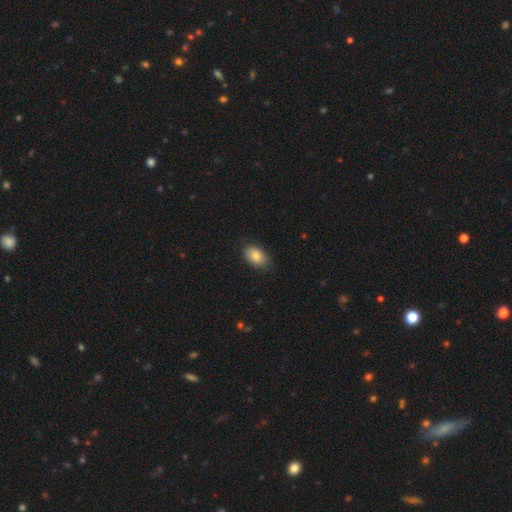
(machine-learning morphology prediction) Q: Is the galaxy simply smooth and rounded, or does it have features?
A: smooth — 83%.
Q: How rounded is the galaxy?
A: in between — 88%.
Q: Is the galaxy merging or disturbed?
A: none — 82%.